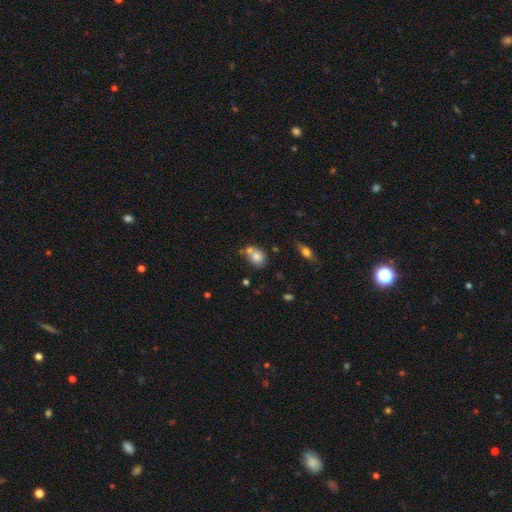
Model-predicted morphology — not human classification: Overall: smooth (77%). How rounded: in between (55%; round 43%). Merging: none (42%; merger 38%).